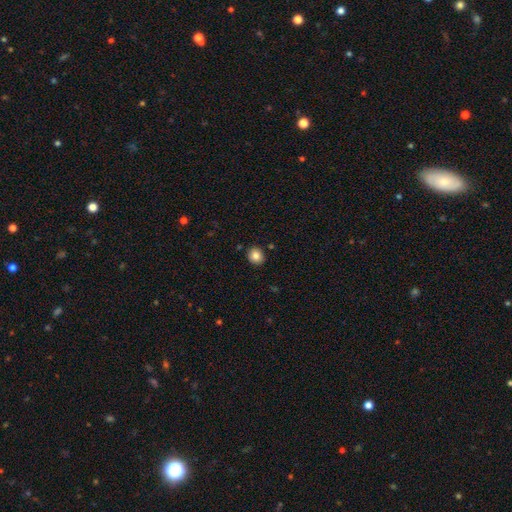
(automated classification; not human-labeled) Smooth or featured? Predicted: smooth (p=0.84). How rounded? Predicted: round (p=0.80). Merging? Predicted: none (p=0.90).